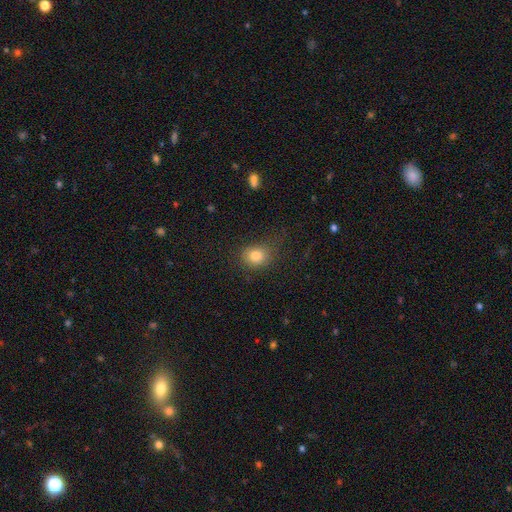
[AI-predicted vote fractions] The model was most divided on "how rounded": round: 63%, in between: 36%, cigar-shaped: 1%. More confident: smooth or featured — smooth (81%); merging — none (72%).